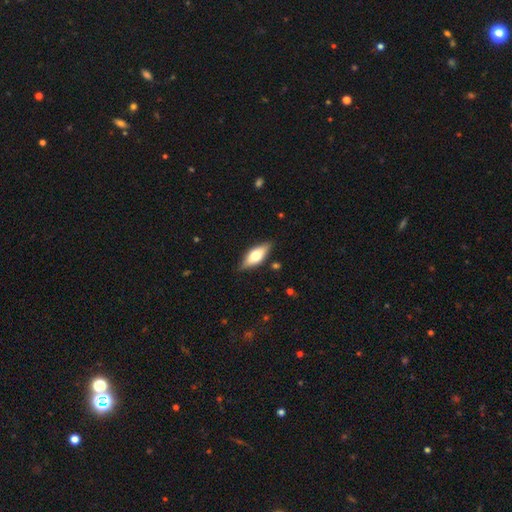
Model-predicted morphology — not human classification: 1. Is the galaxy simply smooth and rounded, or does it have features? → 53% smooth, 41% featured or disk, 6% star or artifact.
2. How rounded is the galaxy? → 71% in between, 27% cigar-shaped, 3% round.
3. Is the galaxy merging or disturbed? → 85% none, 11% minor disturbance, 2% major disturbance, 1% merger.